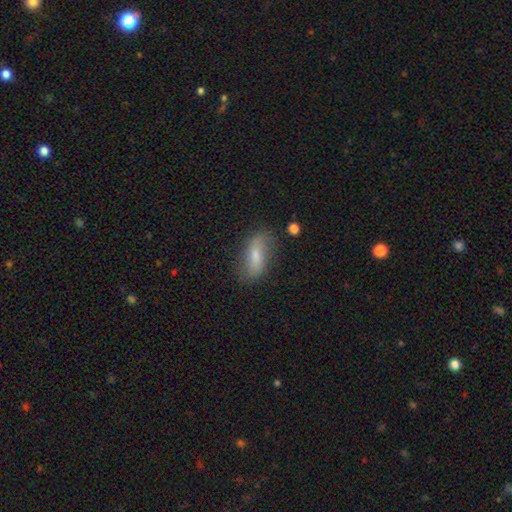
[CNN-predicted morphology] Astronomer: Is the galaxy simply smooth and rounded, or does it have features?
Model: smooth — 60%.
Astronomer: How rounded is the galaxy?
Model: in between — 74%.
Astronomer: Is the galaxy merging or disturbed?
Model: none — 72%.